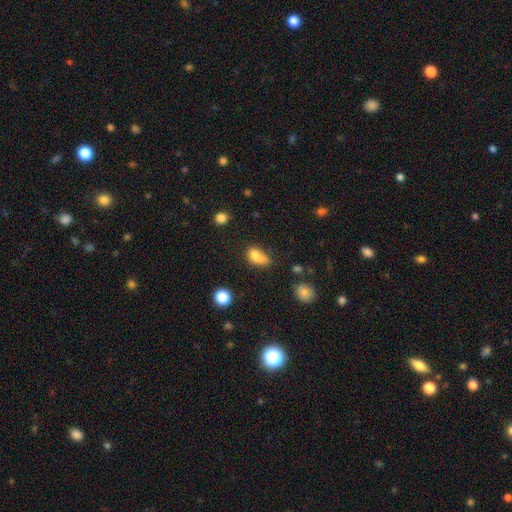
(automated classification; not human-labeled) Smooth or featured?
  - smooth: 76% *
  - featured or disk: 12%
  - star or artifact: 12%
How rounded?
  - in between: 76% *
  - round: 20%
  - cigar-shaped: 5%
Merging?
  - none: 33% *
  - merger: 26%
  - minor disturbance: 26%
  - major disturbance: 15%